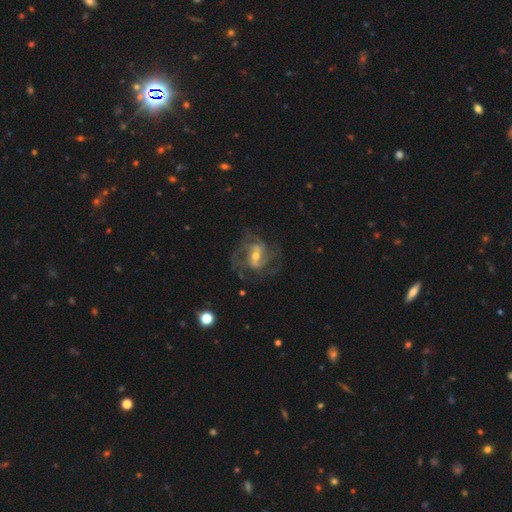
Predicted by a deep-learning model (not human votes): Overall: featured or disk (85%). Edge-on disk: no (96%). Bar: weak (44%; strong 38%). Spiral arms: yes (93%). Spiral arm count: 2 (39%; 3 26%). Spiral winding: medium (50%; tight 28%). Bulge size: moderate (49%; small 43%). Merging: none (63%).